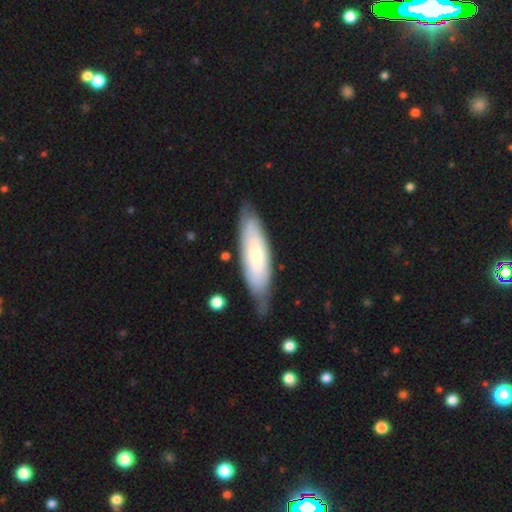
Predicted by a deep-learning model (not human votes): smooth_or_featured: smooth (p=0.54) [alt: featured or disk p=0.40]
how_rounded: cigar-shaped (p=0.51) [alt: in between p=0.47]
merging: none (p=0.67) [alt: minor disturbance p=0.25]